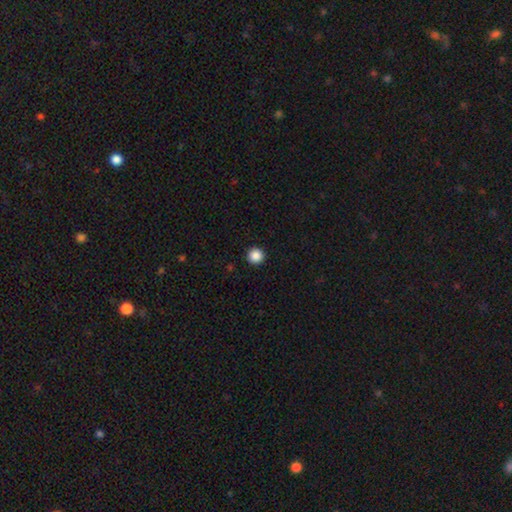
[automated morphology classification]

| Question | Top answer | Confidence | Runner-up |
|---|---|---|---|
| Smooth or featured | smooth | 87% | star or artifact (10%) |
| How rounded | round | 96% | in between (3%) |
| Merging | none | 94% | minor disturbance (4%) |